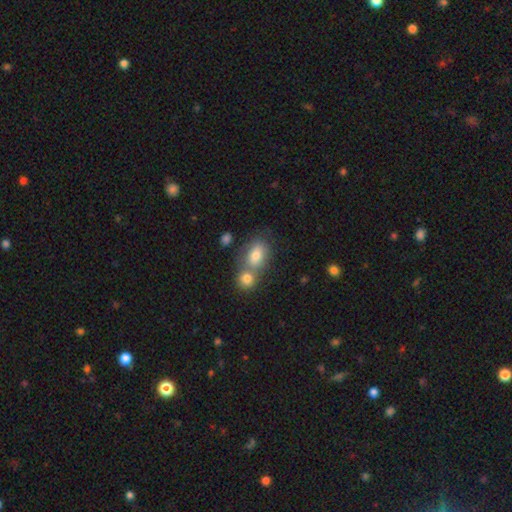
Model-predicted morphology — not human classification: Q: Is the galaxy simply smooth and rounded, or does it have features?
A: smooth — 74%.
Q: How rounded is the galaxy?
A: in between — 71%.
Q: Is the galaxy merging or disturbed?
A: merger — 46%.